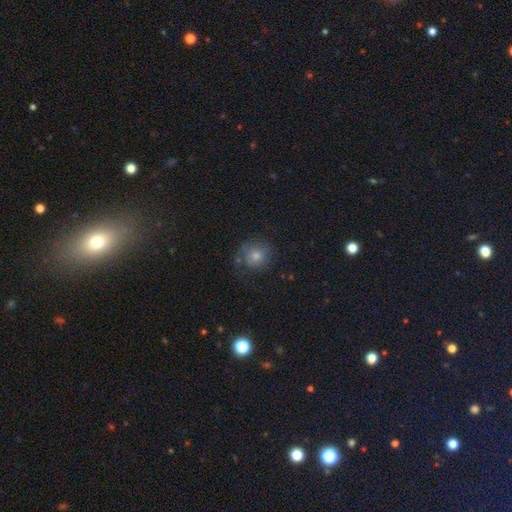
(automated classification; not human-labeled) Overall: smooth (55%; featured or disk 26%). How rounded: round (83%). Merging: none (65%).